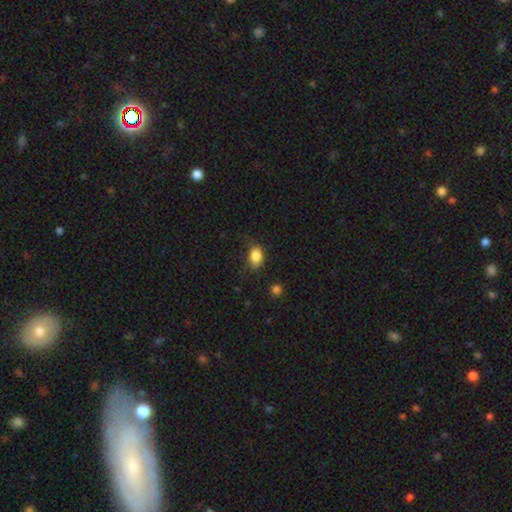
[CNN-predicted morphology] This appears to be a smooth galaxy with no disk features (85%) that is in between round and cigar-shaped (75%). Merging: none (65%).